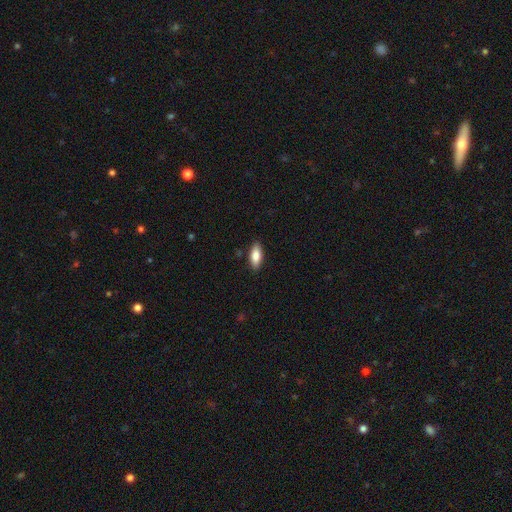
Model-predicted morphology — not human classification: Smooth or featured?
  - smooth: 83% *
  - featured or disk: 10%
  - star or artifact: 6%
How rounded?
  - in between: 80% *
  - cigar-shaped: 18%
  - round: 2%
Merging?
  - none: 87% *
  - minor disturbance: 10%
  - major disturbance: 2%
  - merger: 1%